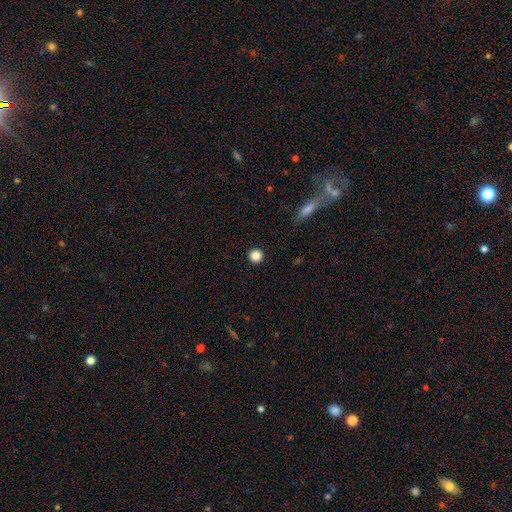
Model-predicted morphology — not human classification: Smooth or featured: smooth — 86% (star or artifact — 10%)
How rounded: round — 96% (in between — 3%)
Merging: none — 93% (minor disturbance — 5%)